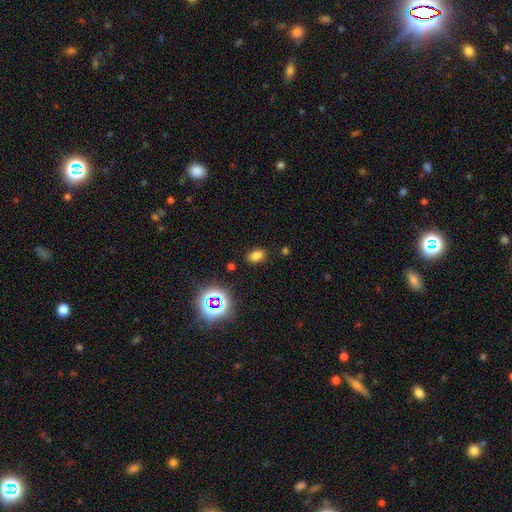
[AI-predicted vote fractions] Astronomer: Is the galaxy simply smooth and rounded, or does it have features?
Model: smooth — 73%.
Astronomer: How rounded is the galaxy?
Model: in between — 82%.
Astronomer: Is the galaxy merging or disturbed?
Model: none — 85%.